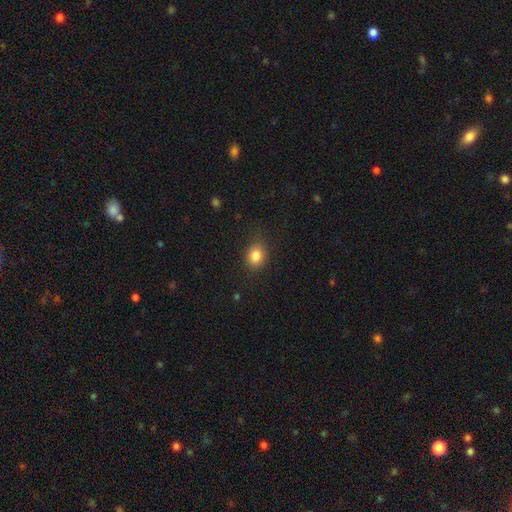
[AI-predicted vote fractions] smooth 84%, star or artifact 10%, featured or disk 6%. Down the decision tree: how rounded — in between (50%); merging — none (82%).